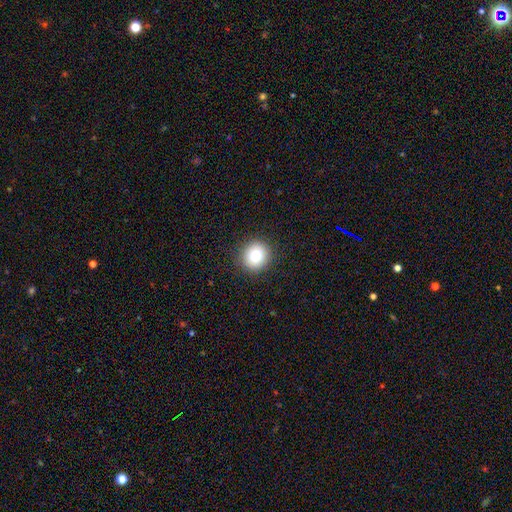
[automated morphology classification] smooth_or_featured: smooth (p=0.79) [alt: star or artifact p=0.11]
how_rounded: round (p=0.91) [alt: in between p=0.08]
merging: none (p=0.91) [alt: minor disturbance p=0.06]